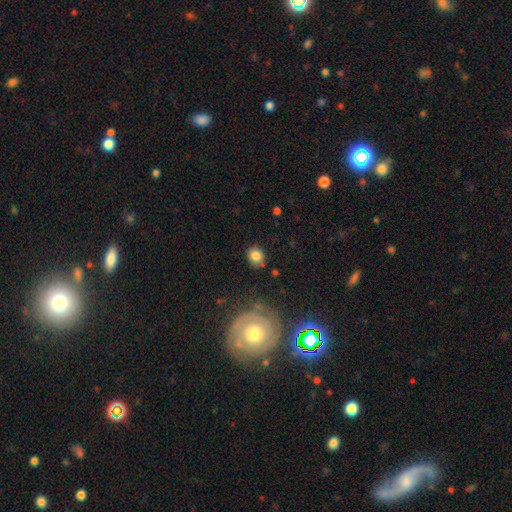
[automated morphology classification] The model was most divided on "how rounded": round: 72%, in between: 27%, cigar-shaped: 1%. More confident: smooth or featured — smooth (81%); merging — none (78%).